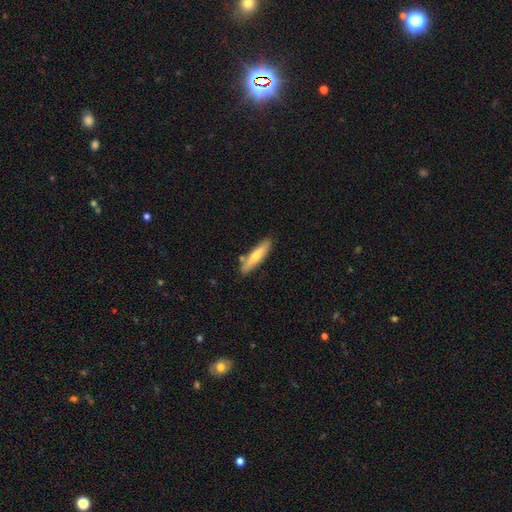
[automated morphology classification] smooth-or-featured: smooth: 57% | featured or disk: 38% | star or artifact: 6%
  how-rounded: cigar-shaped: 81% | in between: 18% | round: 2%
  merging: none: 84% | minor disturbance: 10% | merger: 4% | major disturbance: 2%